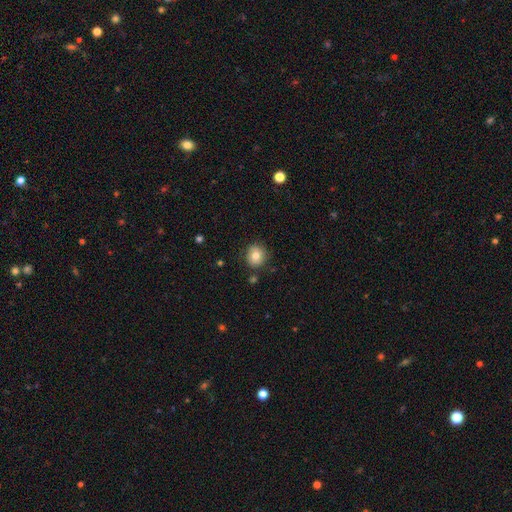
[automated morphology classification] Smooth or featured? Predicted: smooth (p=0.77). How rounded? Predicted: round (p=0.86). Merging? Predicted: none (p=0.83).